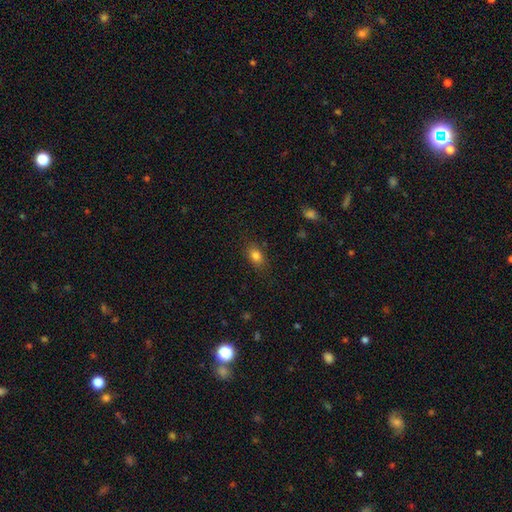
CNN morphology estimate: Overall: smooth (82%). How rounded: in between (79%). Merging: none (81%).